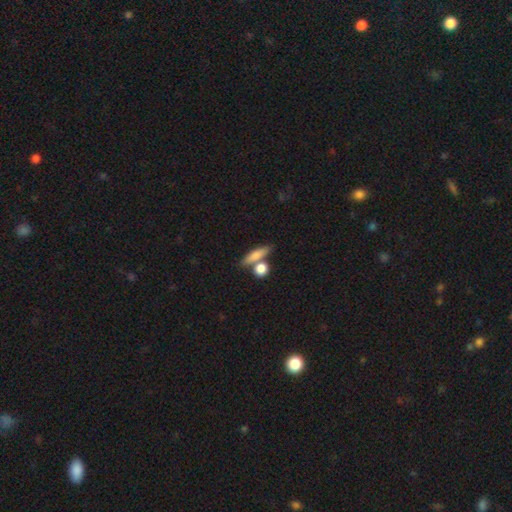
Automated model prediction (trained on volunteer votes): smooth-or-featured: smooth: 74% | featured or disk: 18% | star or artifact: 8%
  how-rounded: cigar-shaped: 48% | in between: 34% | round: 18%
  merging: none: 60% | merger: 25% | minor disturbance: 11% | major disturbance: 4%